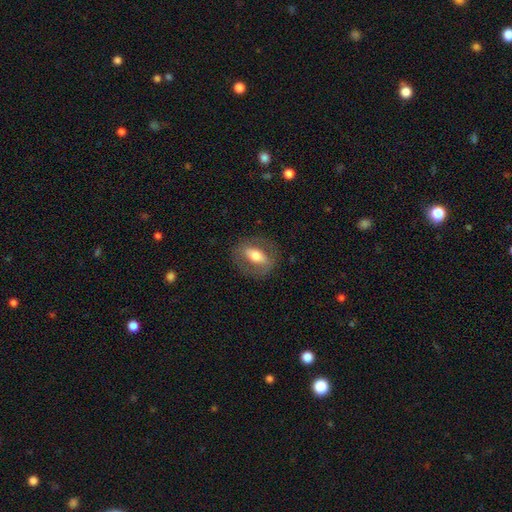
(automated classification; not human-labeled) Smooth or featured: featured or disk — 51% (smooth — 42%)
Edge-on disk: no — 79% (yes — 21%)
Merging: none — 78% (minor disturbance — 13%)